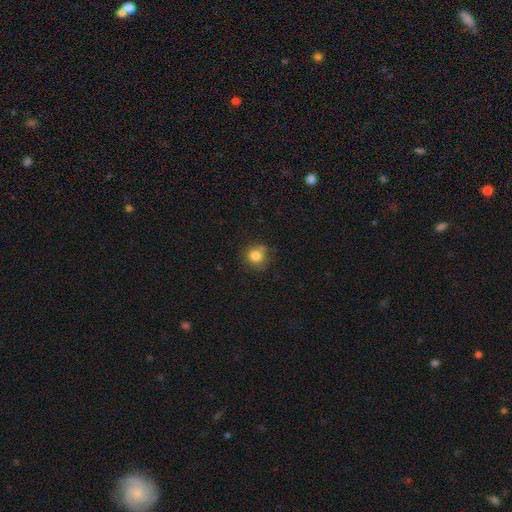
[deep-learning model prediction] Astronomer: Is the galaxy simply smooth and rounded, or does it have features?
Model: smooth — 82%.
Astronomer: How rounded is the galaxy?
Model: round — 88%.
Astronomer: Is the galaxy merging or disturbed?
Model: none — 71%.